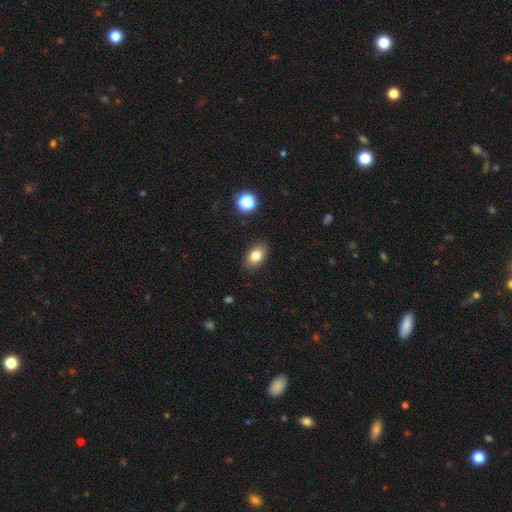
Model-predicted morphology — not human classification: smooth_or_featured: smooth (p=0.81) [alt: star or artifact p=0.10]
how_rounded: in between (p=0.84) [alt: round p=0.15]
merging: none (p=0.87) [alt: minor disturbance p=0.10]